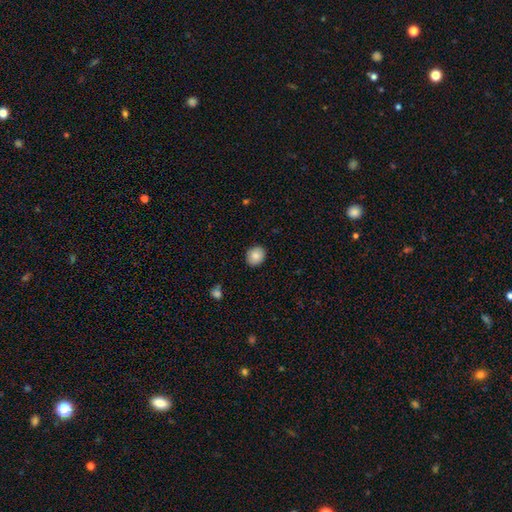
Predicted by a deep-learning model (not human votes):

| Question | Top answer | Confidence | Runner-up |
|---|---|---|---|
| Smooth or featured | smooth | 85% | star or artifact (8%) |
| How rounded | round | 75% | in between (24%) |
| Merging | none | 90% | minor disturbance (7%) |